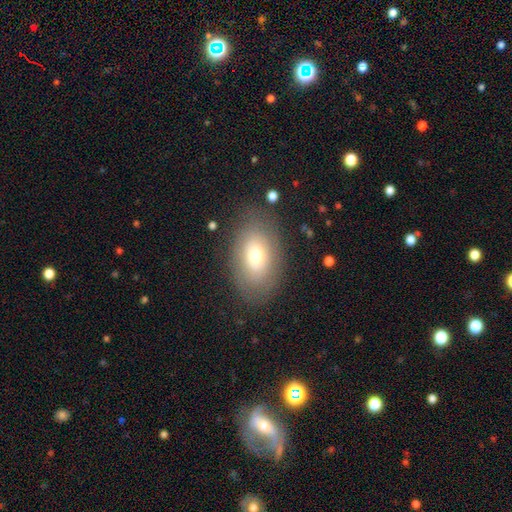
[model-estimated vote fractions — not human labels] This is likely a smooth galaxy (62%). How rounded: clearly in between (85%). Merging: likely none (80%).